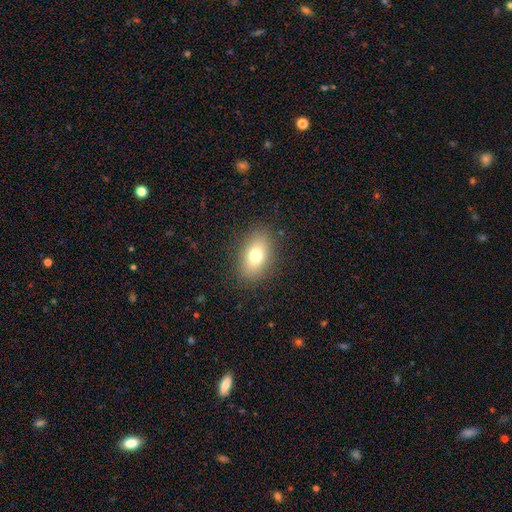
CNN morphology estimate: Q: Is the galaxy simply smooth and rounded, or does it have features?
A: smooth — 75%.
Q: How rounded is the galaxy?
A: in between — 82%.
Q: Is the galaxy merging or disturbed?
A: none — 86%.